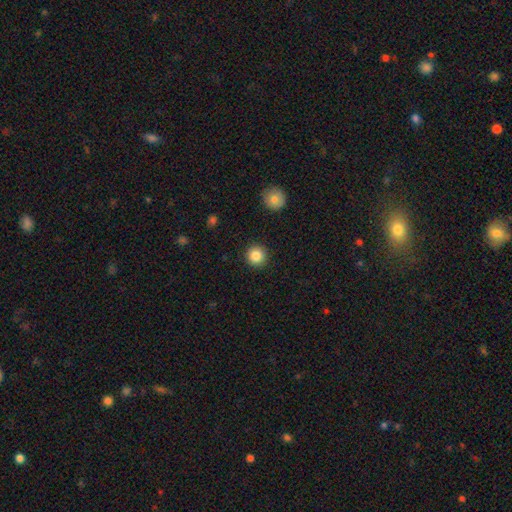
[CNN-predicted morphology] This appears to be a smooth galaxy with no disk features (85%) that is round (95%). Merging: none (92%).